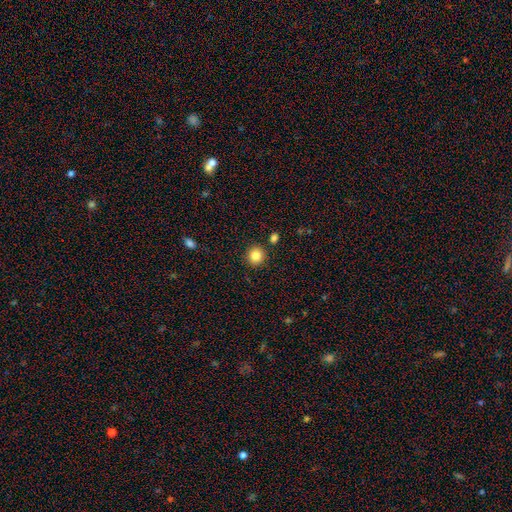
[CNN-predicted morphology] This appears to be a smooth galaxy with no disk features (84%) that is round (92%). Merging: none (89%).